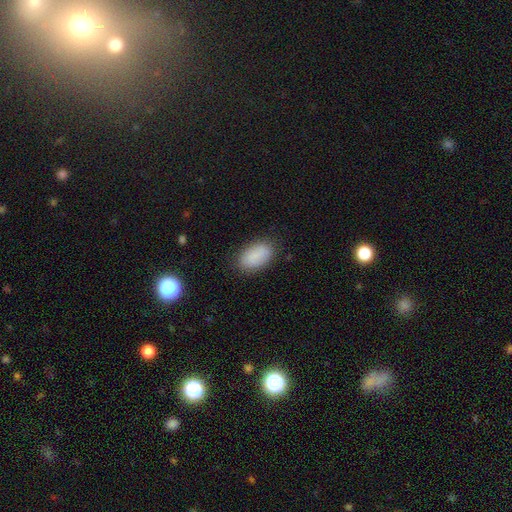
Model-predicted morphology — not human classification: The model was most divided on "merging": none: 83%, minor disturbance: 13%, major disturbance: 3%, merger: 1%. More confident: how rounded — in between (93%); smooth or featured — smooth (87%).